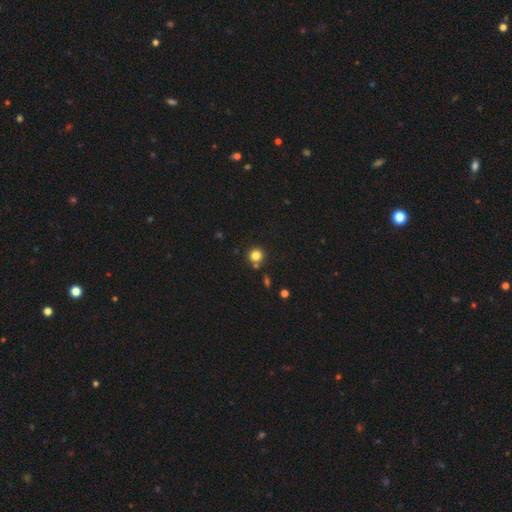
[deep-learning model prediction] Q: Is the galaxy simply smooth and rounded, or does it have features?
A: smooth — 82%.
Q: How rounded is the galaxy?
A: round — 92%.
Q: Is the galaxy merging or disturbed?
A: none — 77%.